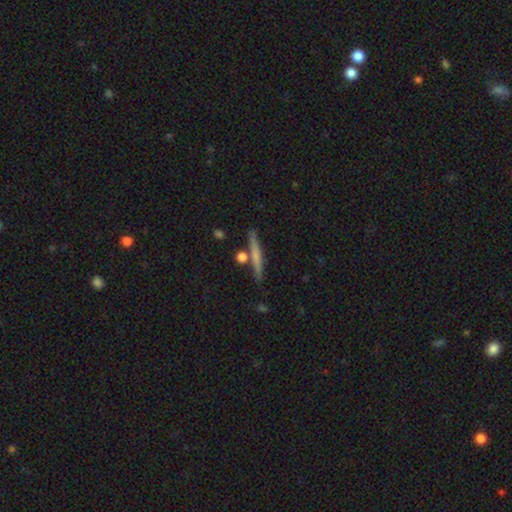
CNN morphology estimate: Smooth or featured: smooth — 53% (featured or disk — 41%)
How rounded: cigar-shaped — 92% (in between — 5%)
Merging: none — 81% (minor disturbance — 9%)